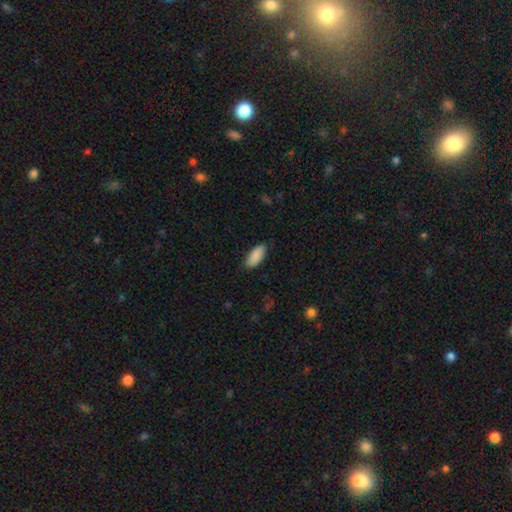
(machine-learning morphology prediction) Q: Smooth or featured?
A: smooth (90%); runner-up: star or artifact (6%)
Q: How rounded?
A: in between (87%); runner-up: cigar-shaped (12%)
Q: Merging?
A: none (83%); runner-up: minor disturbance (14%)